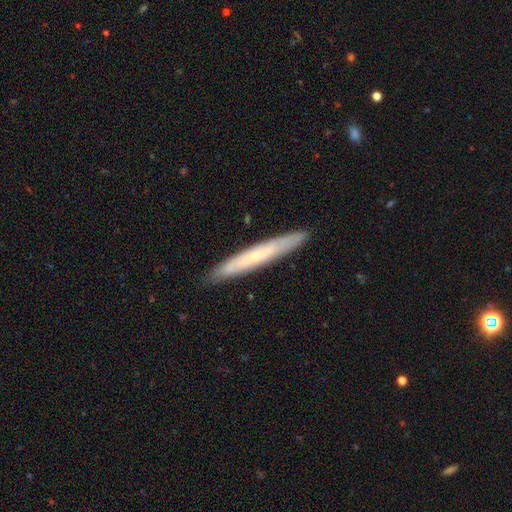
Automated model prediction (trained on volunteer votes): Morphology: type=smooth (49%); merging=none (90%).